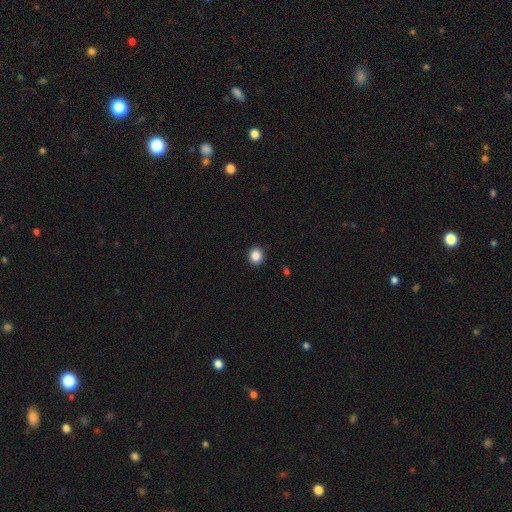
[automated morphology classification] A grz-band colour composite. It shows a smooth galaxy with no disk features (87%) that is round (81%). Merging: none (91%).